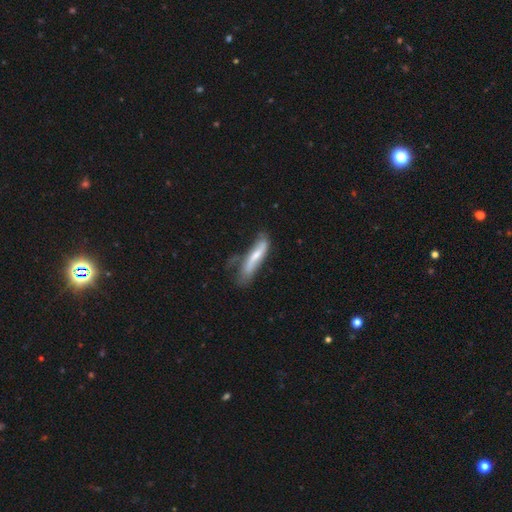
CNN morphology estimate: The model was most divided on "smooth or featured": smooth: 49%, featured or disk: 45%, star or artifact: 6%. Remaining: merging — none (37%).